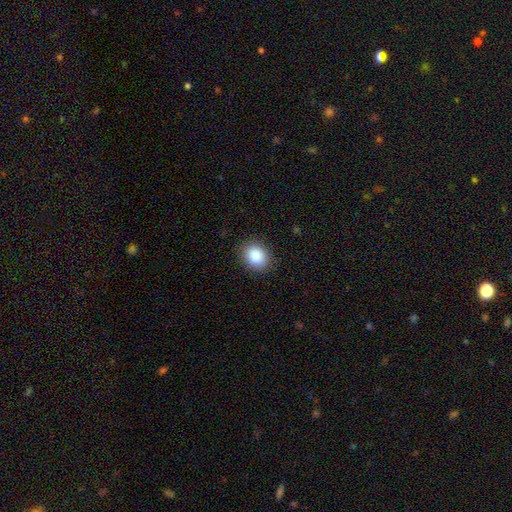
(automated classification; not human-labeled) smooth-or-featured: smooth: 88% | star or artifact: 8% | featured or disk: 4%
  how-rounded: in between: 55% | round: 44% | cigar-shaped: 1%
  merging: none: 87% | minor disturbance: 9% | major disturbance: 3% | merger: 1%